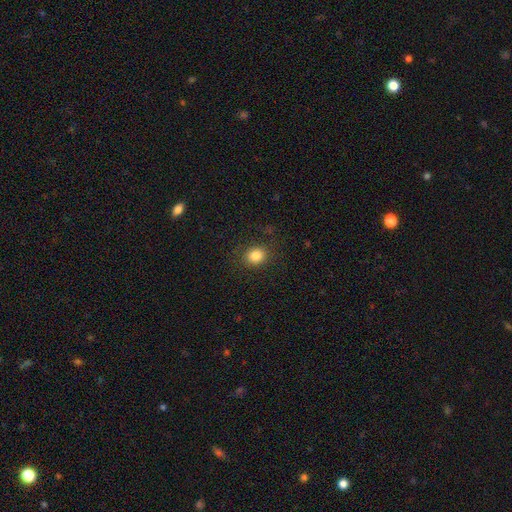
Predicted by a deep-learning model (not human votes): Smooth or featured?
  - smooth: 83% *
  - star or artifact: 11%
  - featured or disk: 6%
How rounded?
  - round: 69% *
  - in between: 30%
  - cigar-shaped: 1%
Merging?
  - none: 86% *
  - minor disturbance: 9%
  - major disturbance: 4%
  - merger: 1%